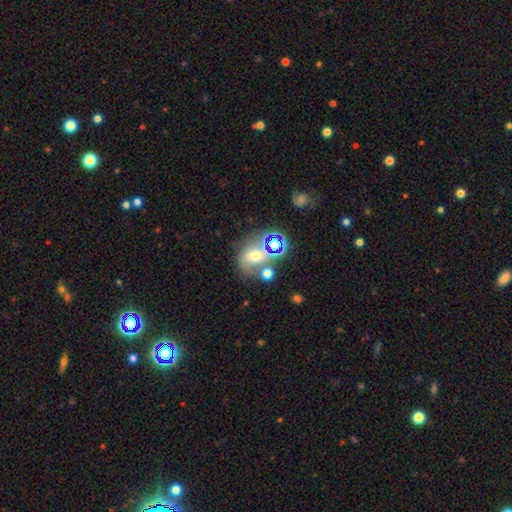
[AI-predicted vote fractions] A smooth galaxy with no disk features (39%).

Vote fractions:
- Smooth or featured? smooth: 39% / featured or disk: 33% / star or artifact: 28%
- Merging? none: 43% / merger: 27% / minor disturbance: 16% / major disturbance: 13%